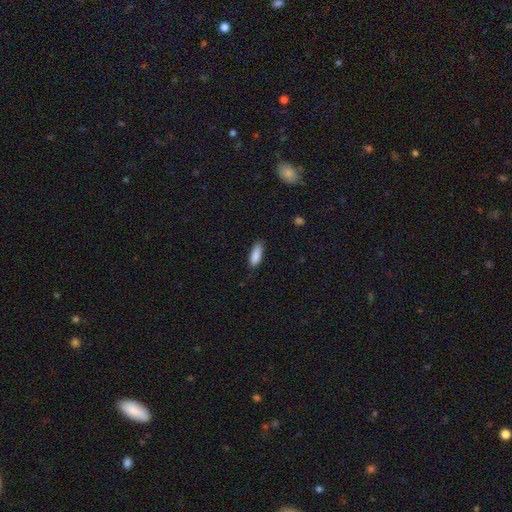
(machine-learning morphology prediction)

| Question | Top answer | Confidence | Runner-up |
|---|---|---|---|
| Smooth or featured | smooth | 88% | star or artifact (6%) |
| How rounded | in between | 63% | cigar-shaped (36%) |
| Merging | none | 75% | minor disturbance (20%) |